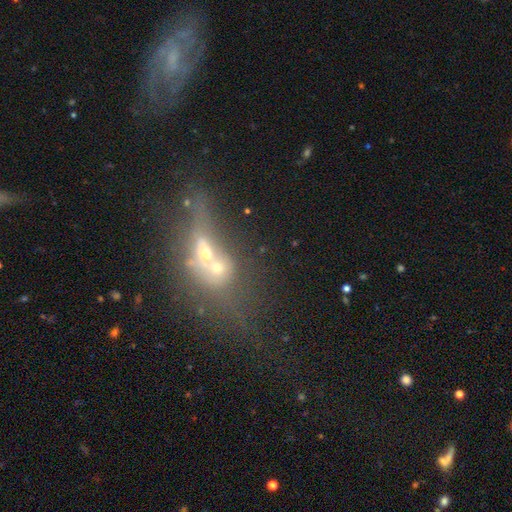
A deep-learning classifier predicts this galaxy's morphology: smooth_or_featured: featured or disk (p=0.37) [alt: smooth p=0.33]
merging: merger (p=0.52) [alt: none p=0.24]